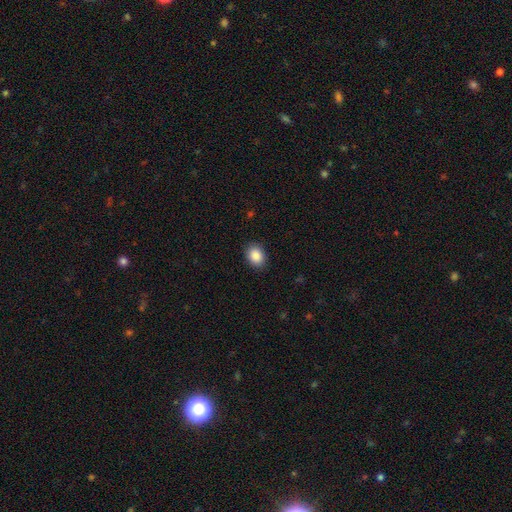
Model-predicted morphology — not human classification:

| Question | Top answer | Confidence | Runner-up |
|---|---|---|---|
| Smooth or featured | smooth | 89% | star or artifact (8%) |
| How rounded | in between | 60% | round (39%) |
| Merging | none | 88% | minor disturbance (8%) |